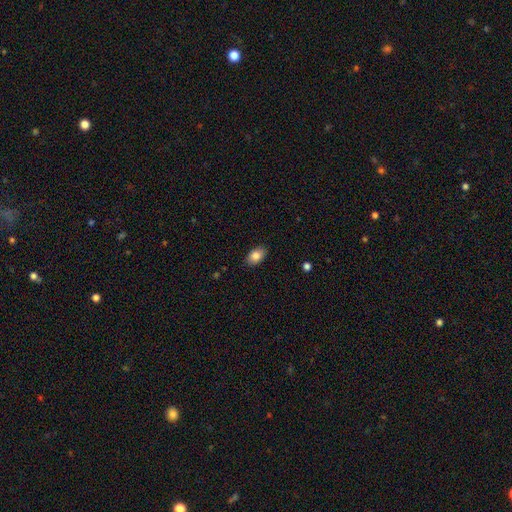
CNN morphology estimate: Smooth or featured: smooth — 85% (featured or disk — 8%)
How rounded: in between — 89% (round — 10%)
Merging: none — 87% (minor disturbance — 10%)